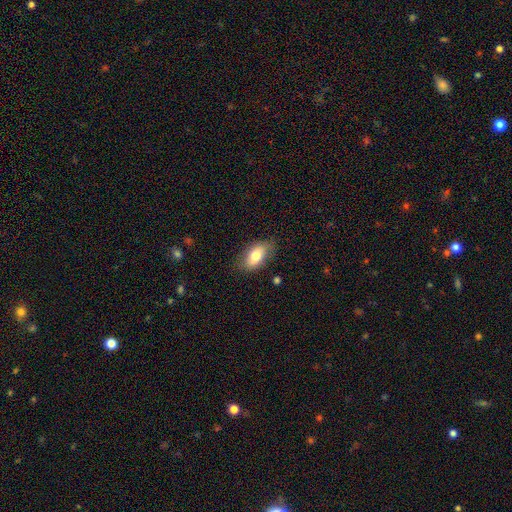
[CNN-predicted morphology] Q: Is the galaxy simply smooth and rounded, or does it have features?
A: smooth — 75%.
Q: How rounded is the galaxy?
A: in between — 91%.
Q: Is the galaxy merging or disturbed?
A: none — 79%.